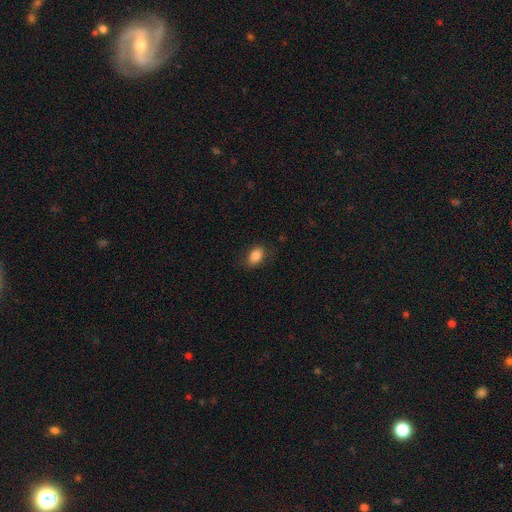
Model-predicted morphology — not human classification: Smooth or featured: smooth — 85% (star or artifact — 8%)
How rounded: in between — 85% (round — 13%)
Merging: none — 82% (minor disturbance — 13%)